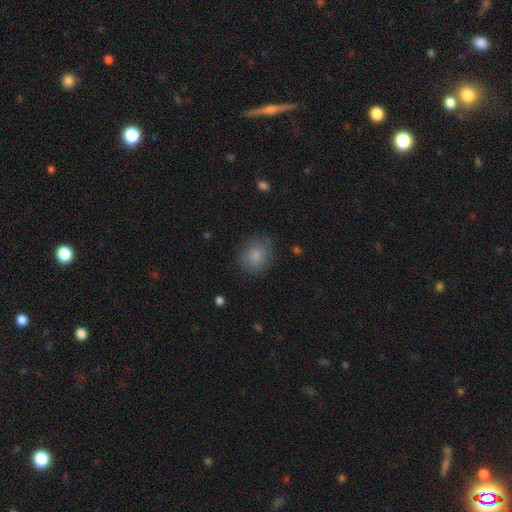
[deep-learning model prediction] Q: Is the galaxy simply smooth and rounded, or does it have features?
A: smooth — 83%.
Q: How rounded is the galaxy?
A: round — 68%.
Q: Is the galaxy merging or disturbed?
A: none — 77%.